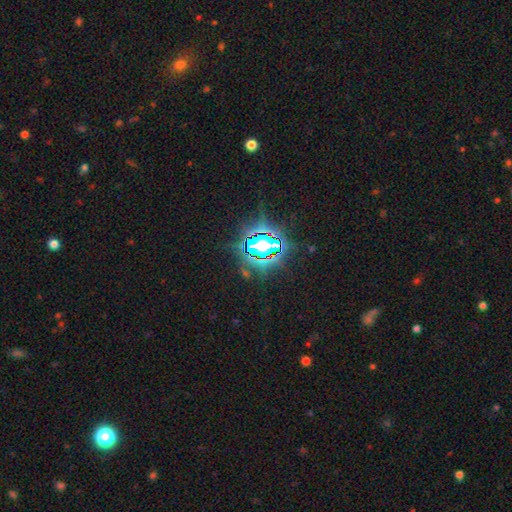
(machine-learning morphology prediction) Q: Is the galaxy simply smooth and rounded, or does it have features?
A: star or artifact — 82%.